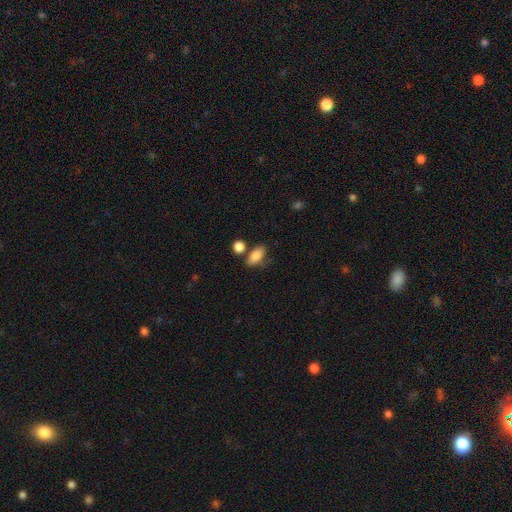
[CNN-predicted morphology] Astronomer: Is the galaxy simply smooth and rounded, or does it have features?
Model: smooth — 85%.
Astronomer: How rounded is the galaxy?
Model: in between — 88%.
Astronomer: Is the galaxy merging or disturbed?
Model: none — 61%.